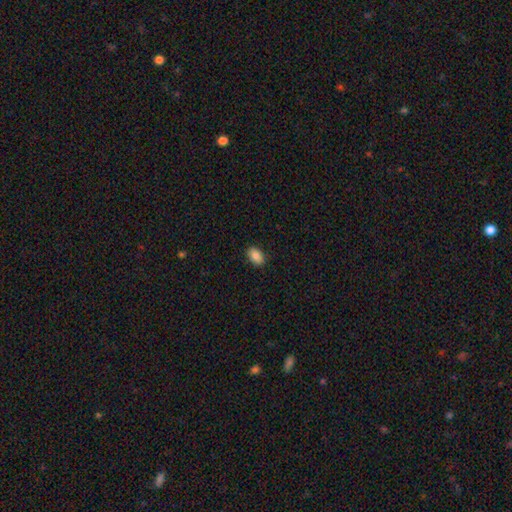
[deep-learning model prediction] Morphology: type=smooth (87%); roundness=in between (90%); merging=none (89%).